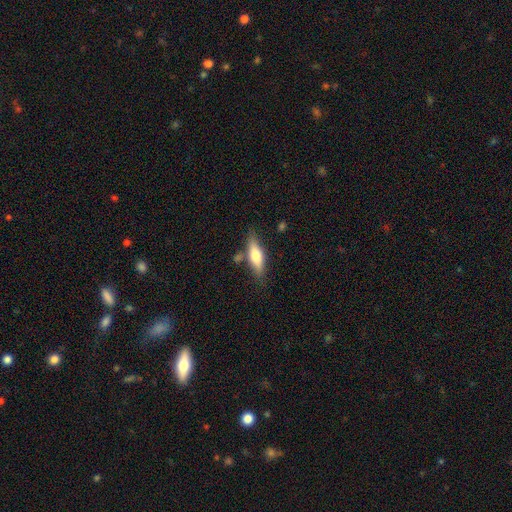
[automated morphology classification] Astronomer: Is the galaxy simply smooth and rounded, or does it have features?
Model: smooth — 62%.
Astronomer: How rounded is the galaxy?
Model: in between — 49% (runner-up: cigar-shaped, 48%).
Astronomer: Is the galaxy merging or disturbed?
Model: none — 72%.